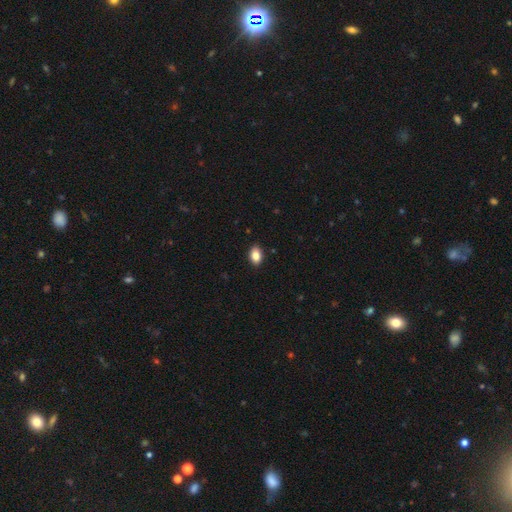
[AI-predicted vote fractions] A smooth galaxy with no disk features (87%) that is in between round and cigar-shaped (85%).

Vote fractions:
- Smooth or featured? smooth: 87% / star or artifact: 8% / featured or disk: 5%
- How rounded? in between: 85% / round: 13% / cigar-shaped: 1%
- Merging? none: 89% / minor disturbance: 8% / major disturbance: 2% / merger: 1%